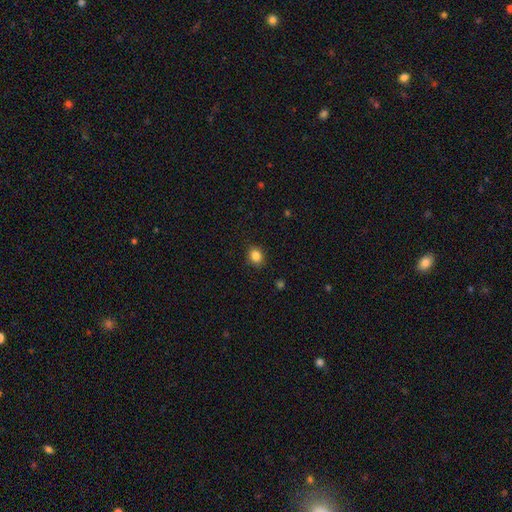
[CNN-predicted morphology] Overall: smooth (85%). How rounded: round (58%; in between 41%). Merging: none (88%).